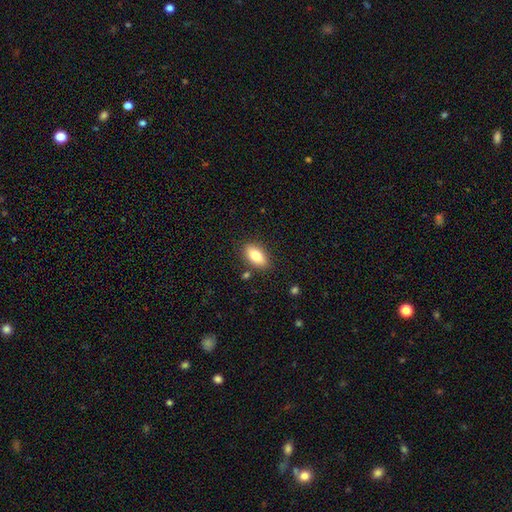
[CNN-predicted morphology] smooth 80%, featured or disk 12%, star or artifact 7%. Down the decision tree: how rounded — in between (87%); merging — none (84%).